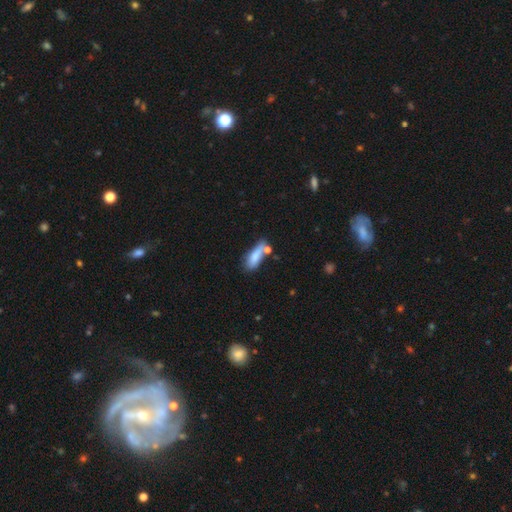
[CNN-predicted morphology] type=smooth (78%); roundness=in between (55%); merging=none (46%).